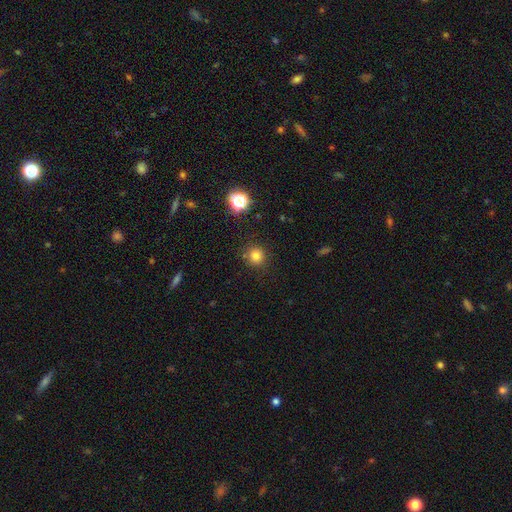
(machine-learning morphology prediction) type=smooth (78%); roundness=round (93%); merging=none (88%).